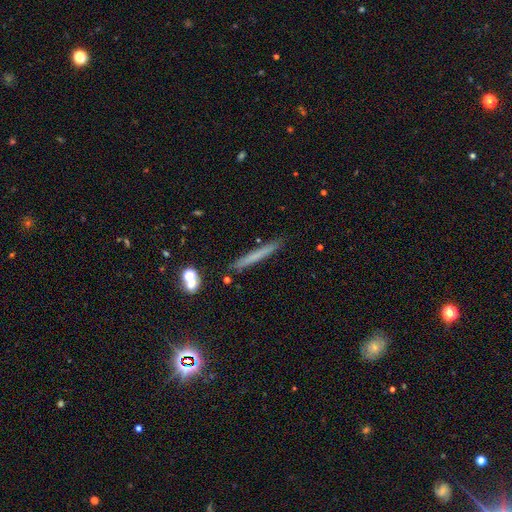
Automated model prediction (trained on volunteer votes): This is likely a smooth galaxy (60%). How rounded: clearly cigar-shaped (96%). Merging: clearly none (88%).